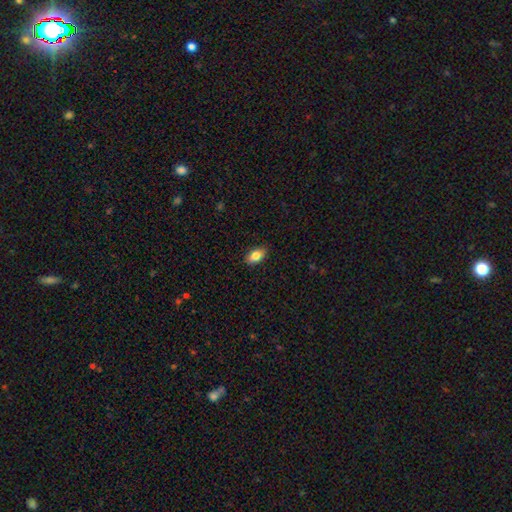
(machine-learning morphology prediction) Overall: smooth (83%). How rounded: in between (90%). Merging: none (88%).